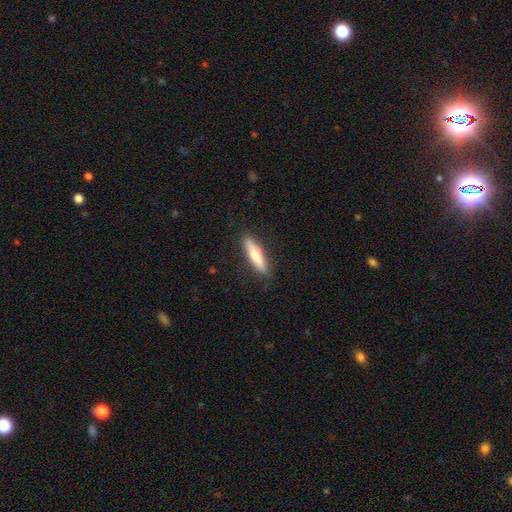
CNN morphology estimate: This is likely a smooth galaxy (75%). How rounded: likely cigar-shaped (77%). Merging: clearly none (86%).